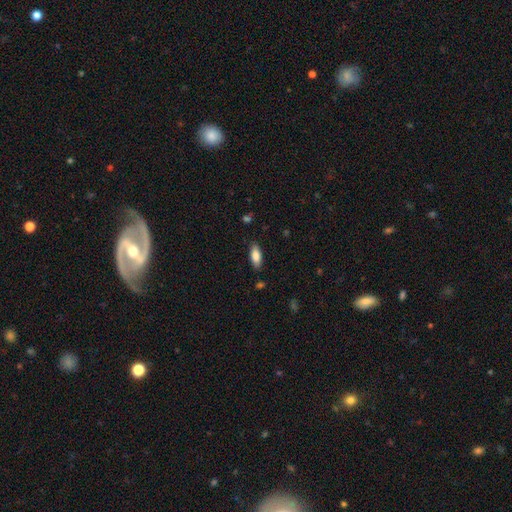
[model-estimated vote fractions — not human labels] A smooth galaxy with no disk features (84%) that is in between round and cigar-shaped (78%). Merging: none (85%).